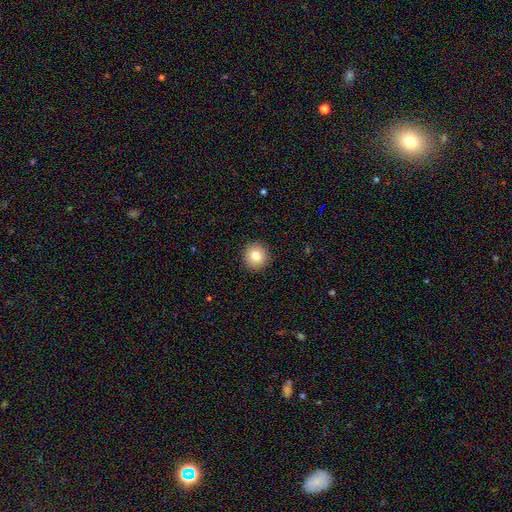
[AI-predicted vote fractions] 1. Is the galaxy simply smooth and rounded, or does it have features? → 81% smooth, 10% star or artifact, 9% featured or disk.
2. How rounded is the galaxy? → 94% round, 5% in between, 1% cigar-shaped.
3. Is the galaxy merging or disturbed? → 92% none, 5% minor disturbance, 2% major disturbance, 1% merger.